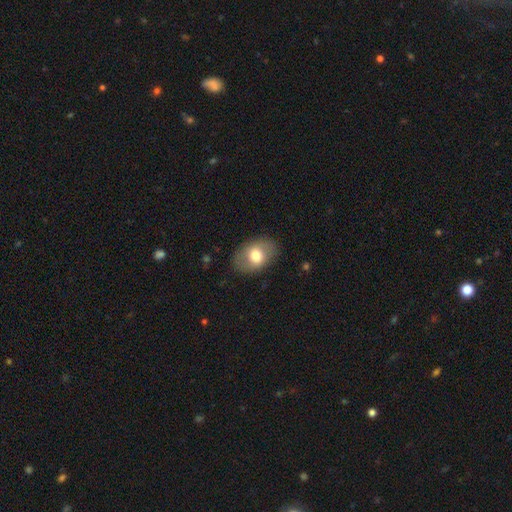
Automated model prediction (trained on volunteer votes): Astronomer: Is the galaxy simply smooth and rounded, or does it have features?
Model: smooth — 69%.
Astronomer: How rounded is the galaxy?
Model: in between — 80%.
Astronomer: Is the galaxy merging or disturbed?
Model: none — 83%.